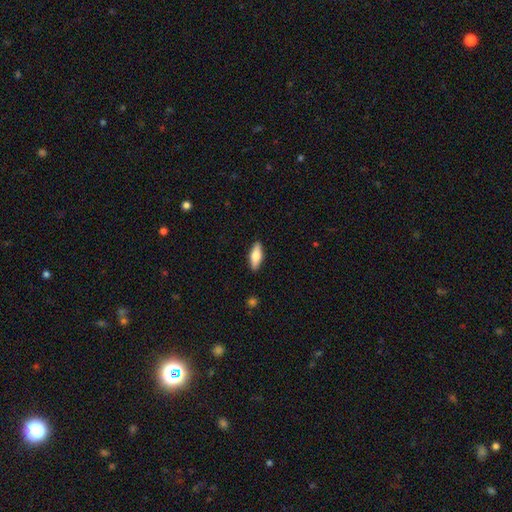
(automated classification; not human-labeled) Smooth or featured?
  - smooth: 65% *
  - featured or disk: 29%
  - star or artifact: 6%
How rounded?
  - in between: 66% *
  - cigar-shaped: 31%
  - round: 3%
Merging?
  - none: 89% *
  - minor disturbance: 8%
  - major disturbance: 2%
  - merger: 1%